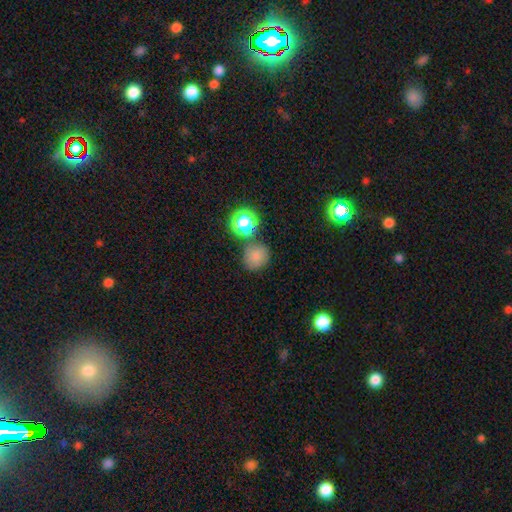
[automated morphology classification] The model was most divided on "merging": none: 71%, minor disturbance: 13%, merger: 12%, major disturbance: 4%. More confident: how rounded — round (85%); smooth or featured — smooth (76%).